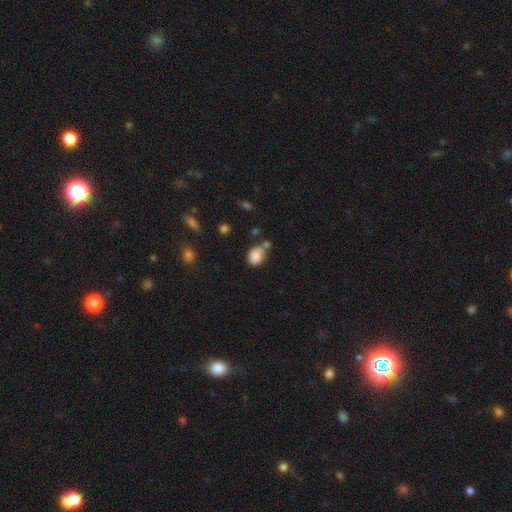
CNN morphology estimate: A smooth galaxy with no disk features (85%) that is in between round and cigar-shaped (64%). Merging: none (50%).